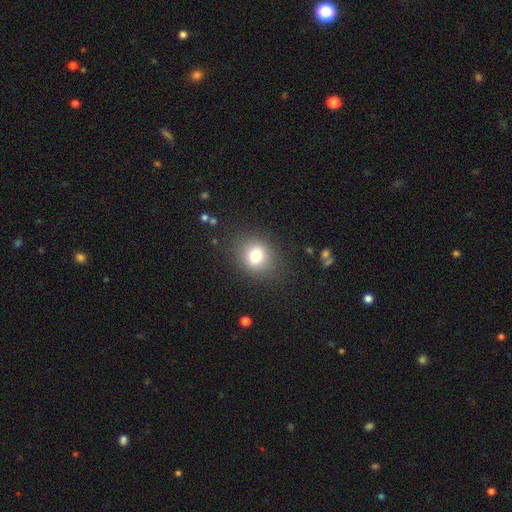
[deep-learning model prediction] smooth_or_featured: smooth (p=0.77) [alt: star or artifact p=0.12]
how_rounded: round (p=0.69) [alt: in between p=0.30]
merging: none (p=0.85) [alt: minor disturbance p=0.09]